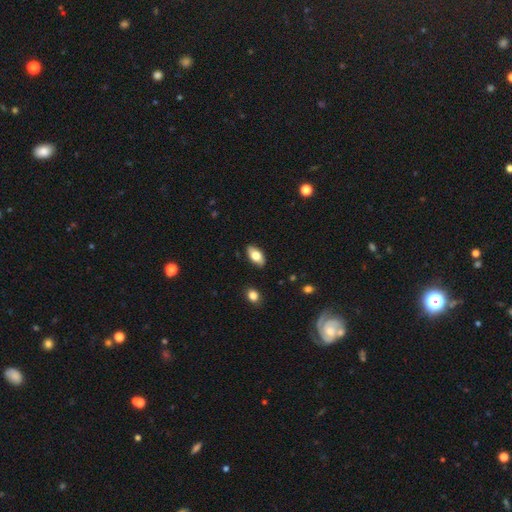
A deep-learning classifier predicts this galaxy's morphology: This is likely a smooth galaxy (74%). How rounded: clearly in between (91%). Merging: clearly none (88%).